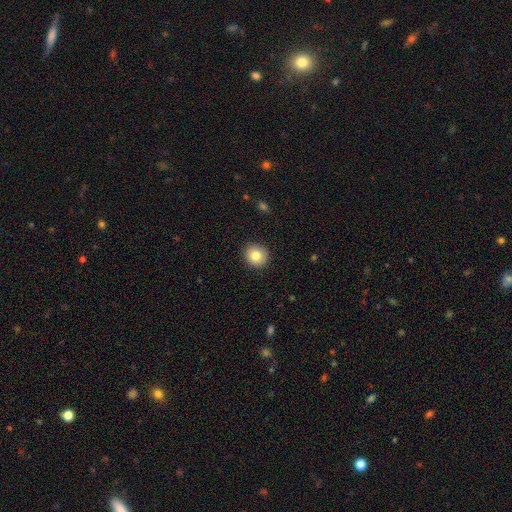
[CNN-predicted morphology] This is clearly a smooth galaxy (82%). How rounded: clearly round (88%). Merging: clearly none (92%).